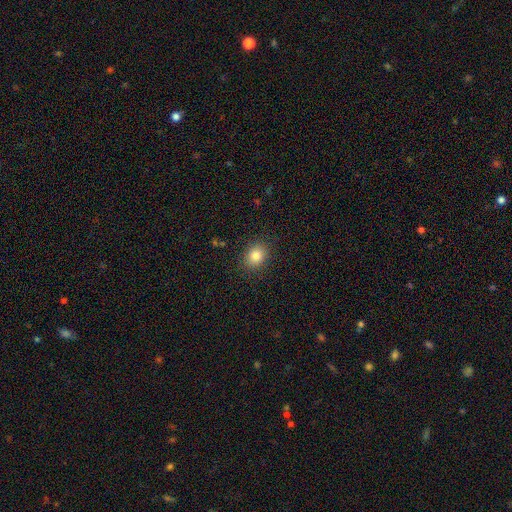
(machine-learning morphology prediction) type=smooth (83%); roundness=round (52%); merging=none (88%).